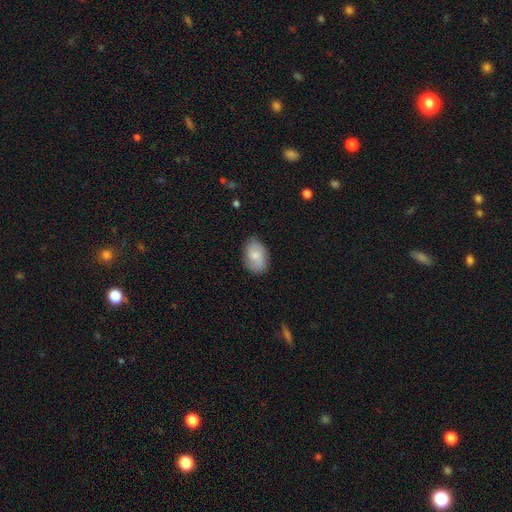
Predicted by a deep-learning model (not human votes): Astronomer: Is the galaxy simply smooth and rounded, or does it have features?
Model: smooth — 59% (runner-up: featured or disk, 34%).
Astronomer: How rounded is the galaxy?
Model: in between — 83%.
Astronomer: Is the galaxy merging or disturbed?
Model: none — 78%.